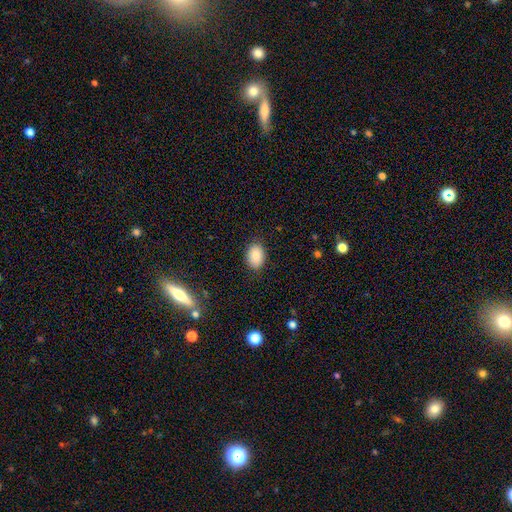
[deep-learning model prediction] Smooth or featured? smooth (86%)
How rounded? in between (83%)
Merging? none (86%)